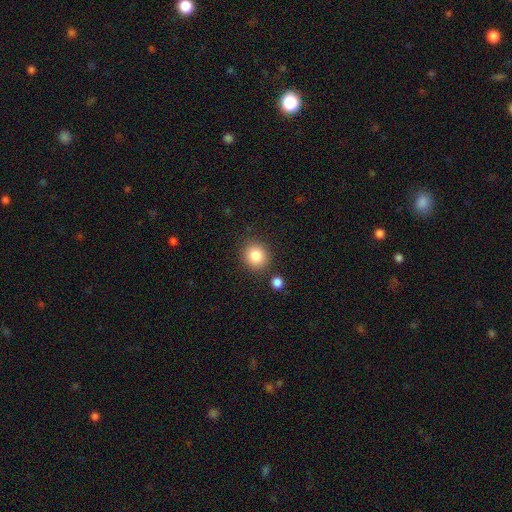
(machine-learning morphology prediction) smooth 85%, star or artifact 9%, featured or disk 5%. Down the decision tree: how rounded — round (83%); merging — none (84%).